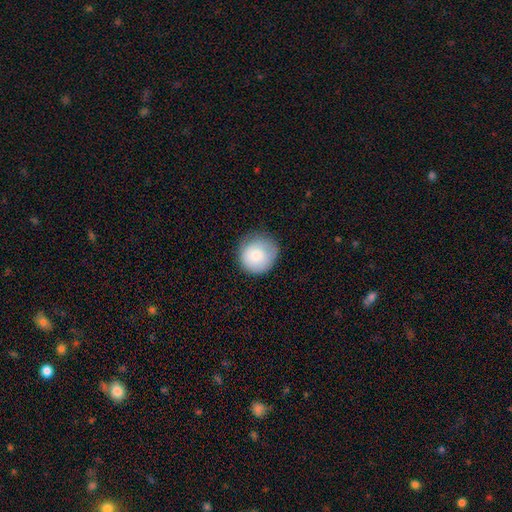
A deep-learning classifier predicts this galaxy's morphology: Overall: smooth (82%). How rounded: round (89%). Merging: none (74%).